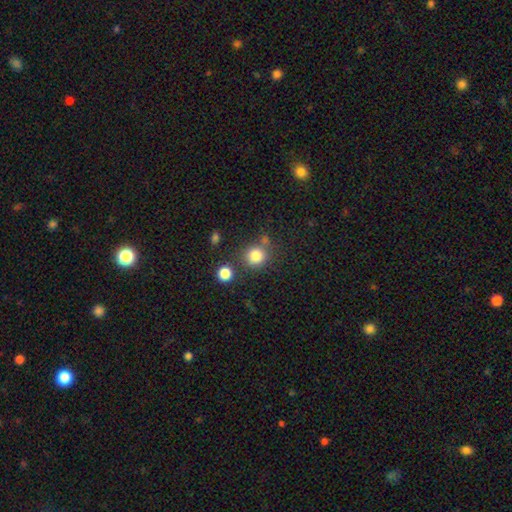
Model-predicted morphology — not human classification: type=smooth (82%); roundness=round (88%); merging=none (71%).